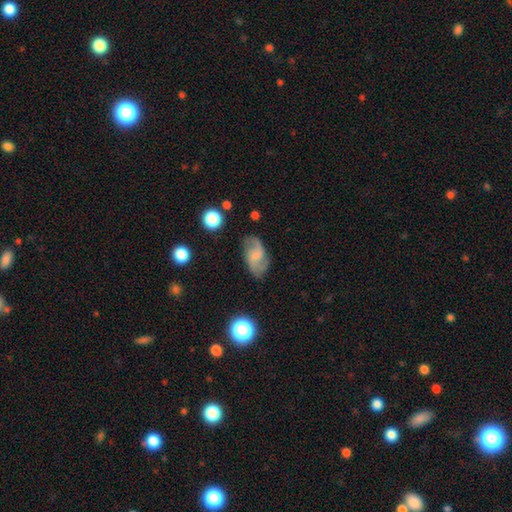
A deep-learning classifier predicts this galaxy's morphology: The model was most divided on "bar": weak: 46%, no: 43%, strong: 11%. Remaining: edge-on disk — no (97%); spiral arms — yes (92%); spiral arm count — 2 (86%); merging — none (71%); smooth or featured — featured or disk (67%); spiral winding — loose (49%); bulge size — none (48%).